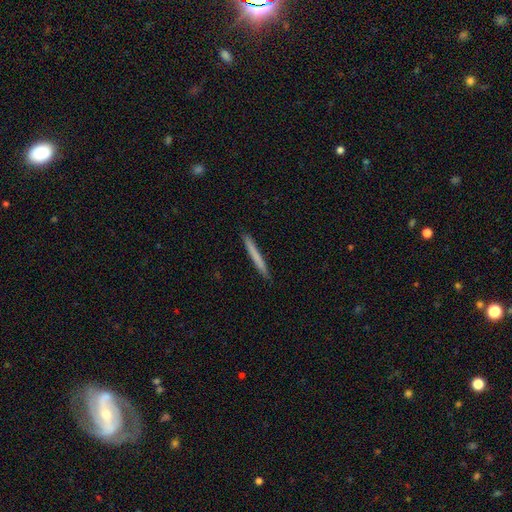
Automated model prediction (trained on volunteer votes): Smooth or featured? smooth (69%)
How rounded? cigar-shaped (97%)
Merging? none (92%)